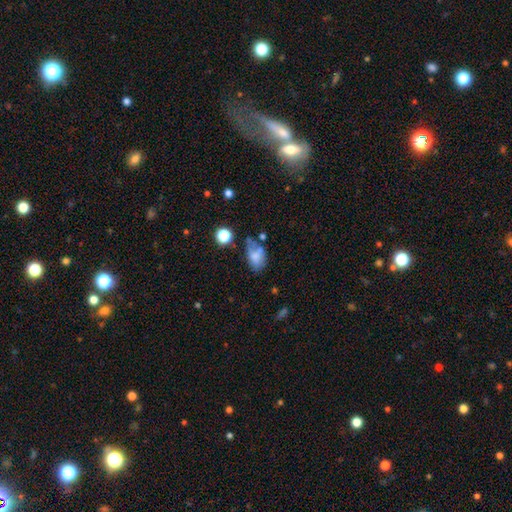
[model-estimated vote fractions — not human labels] Smooth or featured: smooth — 70% (featured or disk — 19%)
How rounded: in between — 85% (round — 13%)
Merging: none — 41% (minor disturbance — 30%)